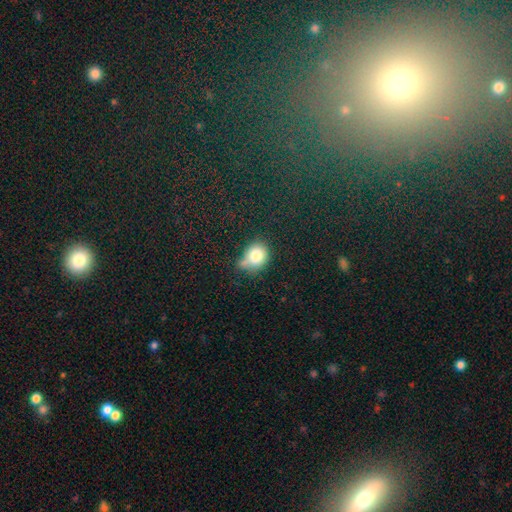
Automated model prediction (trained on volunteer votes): A smooth galaxy with no disk features (80%) that is round (60%).

Vote fractions:
- Smooth or featured? smooth: 80% / featured or disk: 10% / star or artifact: 10%
- How rounded? round: 60% / in between: 39% / cigar-shaped: 1%
- Merging? none: 39% / minor disturbance: 30% / merger: 21% / major disturbance: 10%